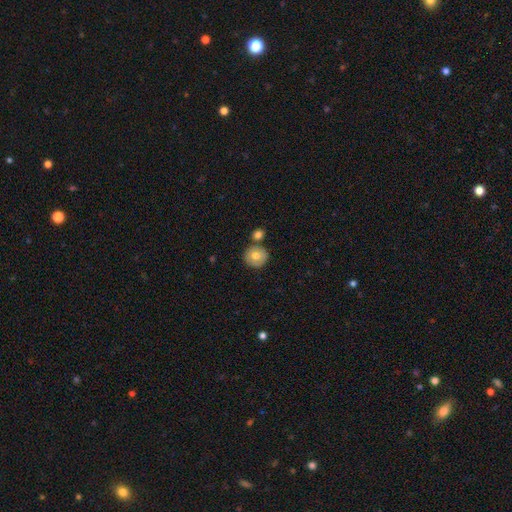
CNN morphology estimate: smooth 68%, featured or disk 24%, star or artifact 8%. Down the decision tree: how rounded — round (89%); merging — none (72%).